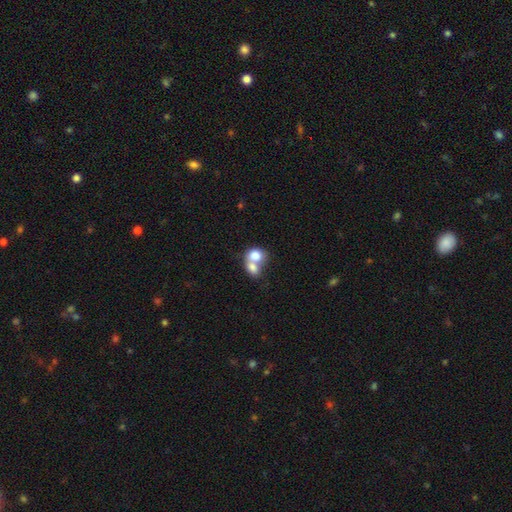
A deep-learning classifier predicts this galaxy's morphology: The model was most divided on "how rounded": round: 53%, in between: 45%, cigar-shaped: 1%. More confident: smooth or featured — smooth (74%); merging — merger (74%).